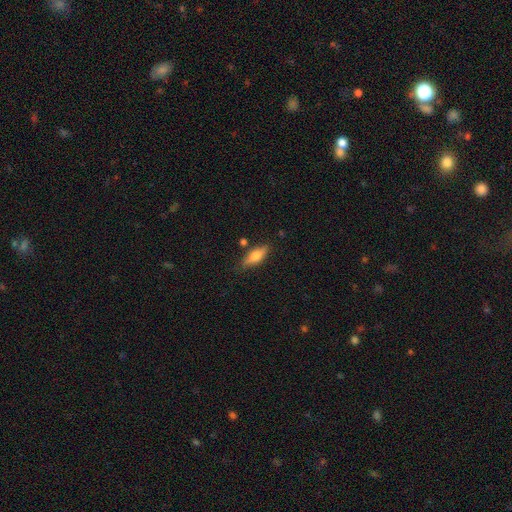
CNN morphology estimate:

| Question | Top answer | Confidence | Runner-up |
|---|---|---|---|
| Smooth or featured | smooth | 65% | featured or disk (28%) |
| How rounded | in between | 61% | cigar-shaped (36%) |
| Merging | none | 79% | minor disturbance (14%) |